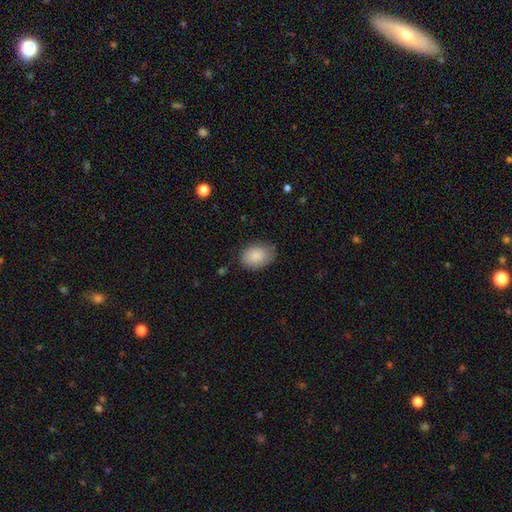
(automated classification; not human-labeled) Smooth or featured? smooth (88%)
How rounded? in between (80%)
Merging? none (79%)